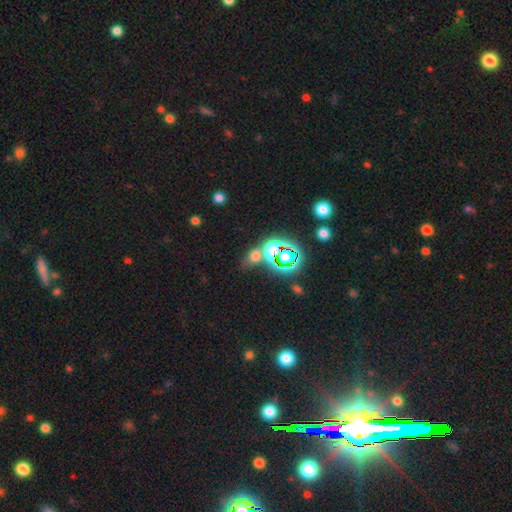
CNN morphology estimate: Smooth or featured: smooth — 50% (star or artifact — 41%)
How rounded: in between — 50% (round — 47%)
Merging: none — 59% (merger — 25%)